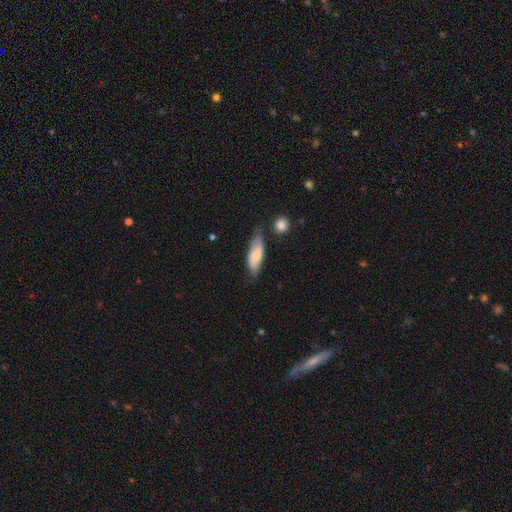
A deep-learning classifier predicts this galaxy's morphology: A smooth galaxy with no disk features (68%) that is in between round and cigar-shaped (64%).

Vote fractions:
- Smooth or featured? smooth: 68% / featured or disk: 26% / star or artifact: 6%
- How rounded? in between: 64% / cigar-shaped: 34% / round: 2%
- Merging? none: 58% / minor disturbance: 29% / major disturbance: 7% / merger: 5%